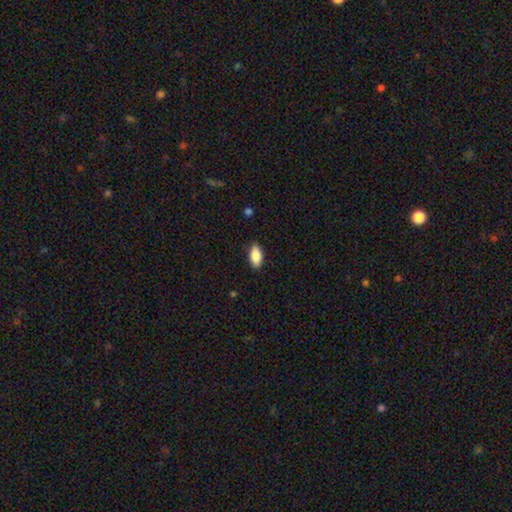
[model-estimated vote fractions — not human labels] A smooth galaxy with no disk features (87%) that is in between round and cigar-shaped (92%).

Vote fractions:
- Smooth or featured? smooth: 87% / featured or disk: 7% / star or artifact: 7%
- How rounded? in between: 92% / cigar-shaped: 5% / round: 3%
- Merging? none: 87% / minor disturbance: 10% / major disturbance: 2% / merger: 1%